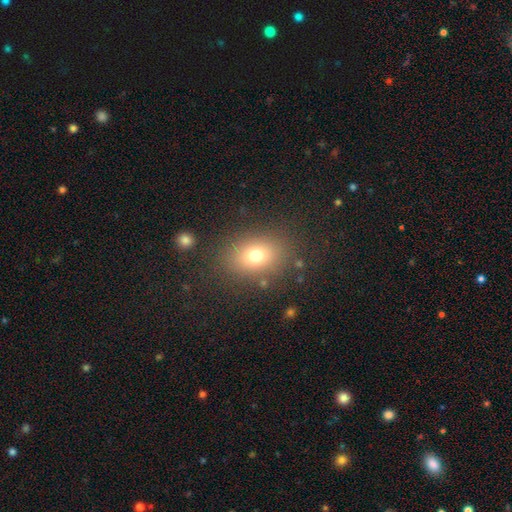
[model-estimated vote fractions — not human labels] Smooth or featured?
  - smooth: 75% *
  - star or artifact: 13%
  - featured or disk: 12%
How rounded?
  - in between: 66% *
  - round: 33%
  - cigar-shaped: 1%
Merging?
  - none: 83% *
  - minor disturbance: 10%
  - major disturbance: 4%
  - merger: 2%